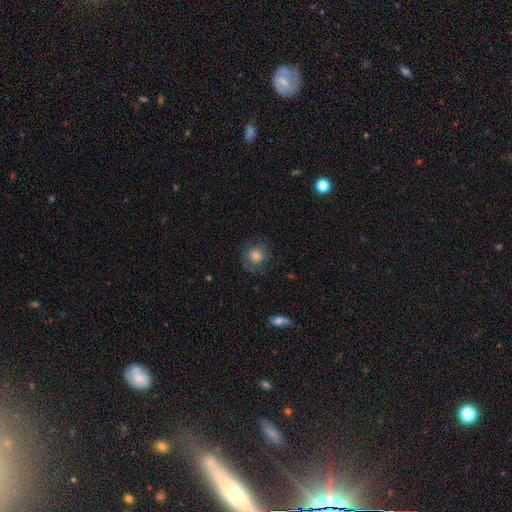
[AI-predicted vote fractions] A smooth galaxy with no disk features (61%) that is round (87%).

Vote fractions:
- Smooth or featured? smooth: 61% / featured or disk: 29% / star or artifact: 10%
- How rounded? round: 87% / in between: 12% / cigar-shaped: 1%
- Merging? none: 73% / minor disturbance: 16% / major disturbance: 10% / merger: 1%